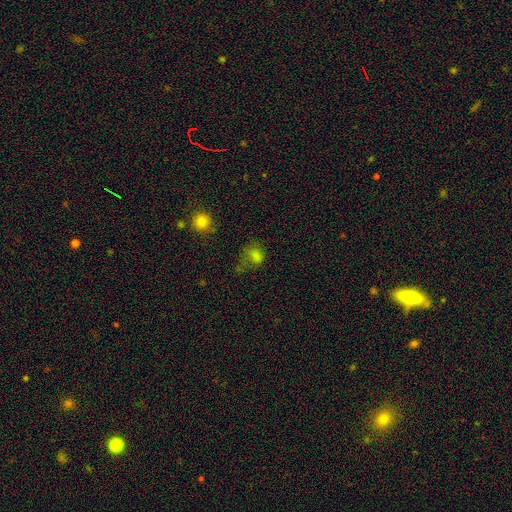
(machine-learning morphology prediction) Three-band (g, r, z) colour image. It shows a smooth galaxy with no disk features (64%) that is round (53%). Merging: none (43%).